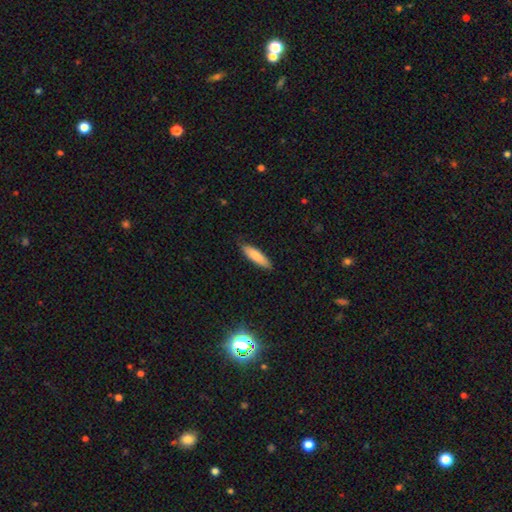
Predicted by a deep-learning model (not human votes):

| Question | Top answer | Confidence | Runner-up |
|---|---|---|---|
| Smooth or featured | smooth | 84% | featured or disk (10%) |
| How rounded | cigar-shaped | 65% | in between (34%) |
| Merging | none | 82% | minor disturbance (15%) |